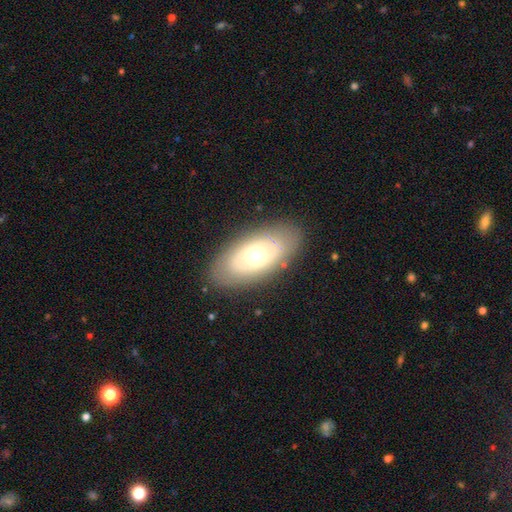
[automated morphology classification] Q: Smooth or featured?
A: featured or disk (48%); runner-up: smooth (46%)
Q: Merging?
A: none (83%); runner-up: minor disturbance (12%)